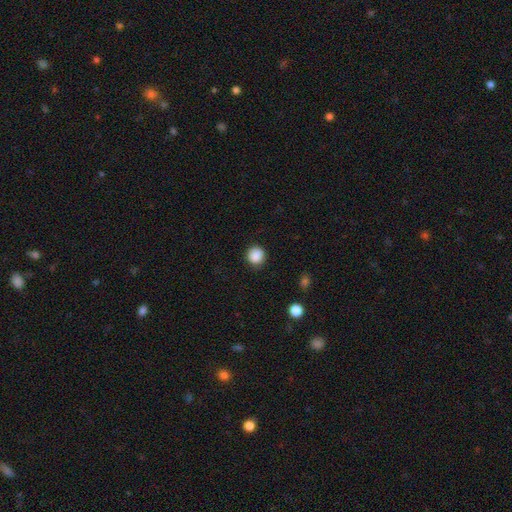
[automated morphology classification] smooth 88%, star or artifact 9%, featured or disk 3%. Down the decision tree: how rounded — round (93%); merging — none (89%).